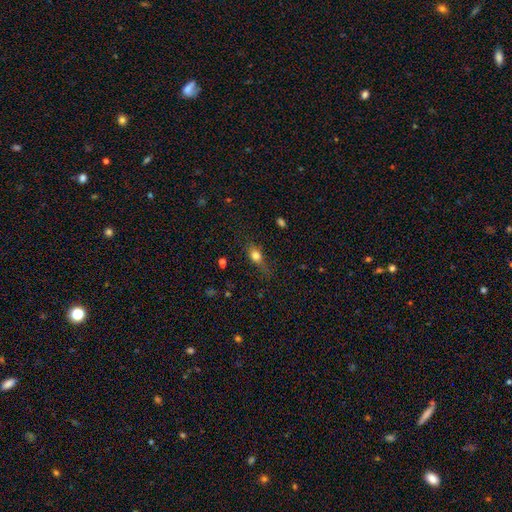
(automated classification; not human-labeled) smooth 72%, featured or disk 17%, star or artifact 11%. Down the decision tree: how rounded — in between (62%); merging — none (62%).